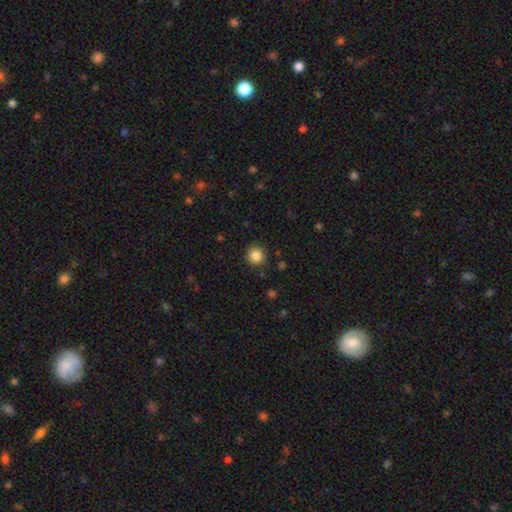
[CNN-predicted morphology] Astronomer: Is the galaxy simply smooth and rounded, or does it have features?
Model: smooth — 86%.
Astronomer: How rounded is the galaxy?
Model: round — 95%.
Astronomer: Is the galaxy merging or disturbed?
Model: none — 90%.